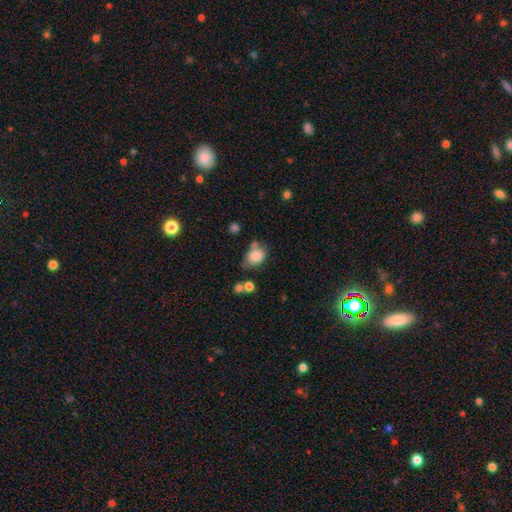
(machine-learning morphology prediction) Overall: smooth (80%). How rounded: in between (64%; round 34%). Merging: none (41%; minor disturbance 26%).